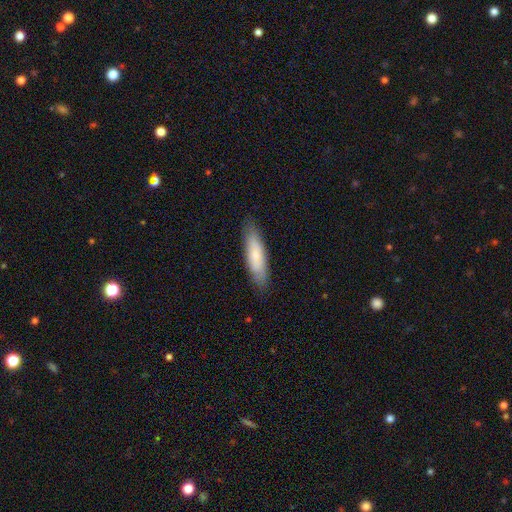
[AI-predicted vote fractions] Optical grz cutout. It shows a smooth galaxy with no disk features (73%) that is cigar-shaped (69%). Merging: none (85%).